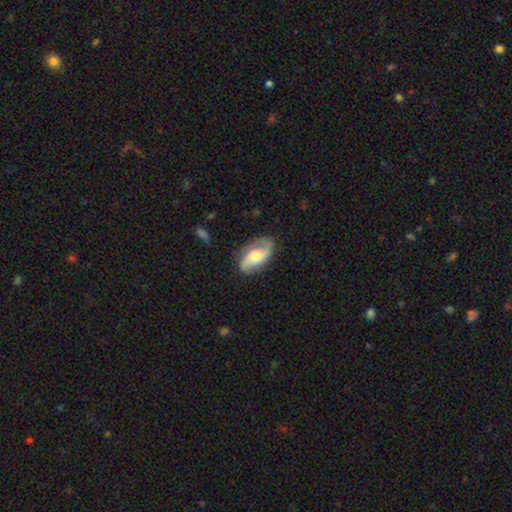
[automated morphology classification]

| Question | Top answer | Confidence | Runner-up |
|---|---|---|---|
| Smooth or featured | featured or disk | 78% | smooth (17%) |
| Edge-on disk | no | 96% | yes (4%) |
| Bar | no | 52% | weak (37%) |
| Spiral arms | yes | 94% | no (6%) |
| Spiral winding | loose | 46% | medium (40%) |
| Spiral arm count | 2 | 90% | can't tell (4%) |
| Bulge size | moderate | 67% | small (16%) |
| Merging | none | 80% | minor disturbance (14%) |